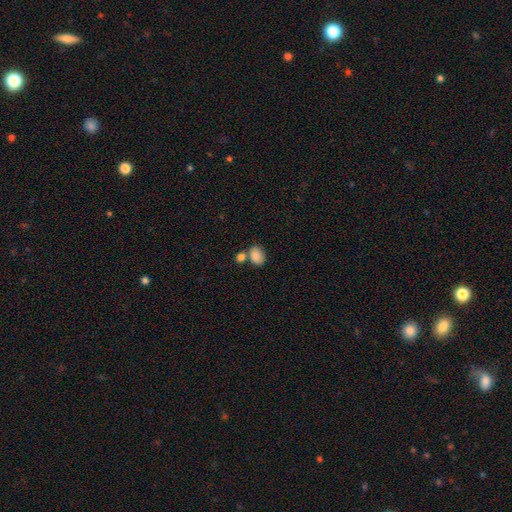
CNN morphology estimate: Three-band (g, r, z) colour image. It shows a smooth galaxy with no disk features (86%) that is in between round and cigar-shaped (79%). Merging: none (51%).